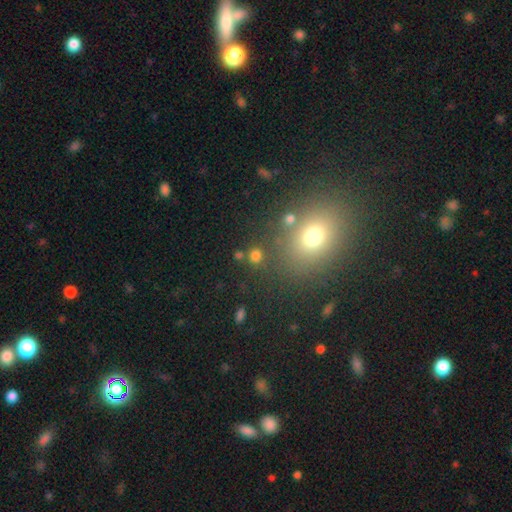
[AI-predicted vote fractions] Smooth or featured? smooth (75%)
How rounded? round (86%)
Merging? none (78%)